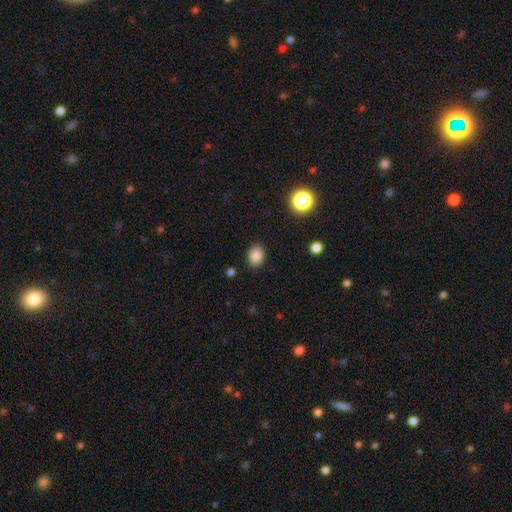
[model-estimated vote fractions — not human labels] smooth_or_featured: smooth (p=0.85) [alt: star or artifact p=0.10]
how_rounded: in between (p=0.66) [alt: round p=0.33]
merging: none (p=0.87) [alt: minor disturbance p=0.09]